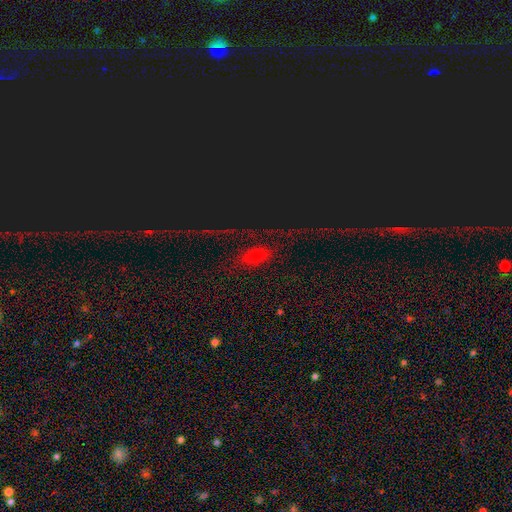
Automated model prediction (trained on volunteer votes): Smooth or featured? Predicted: smooth (p=0.45). Merging? Predicted: none (p=0.71).